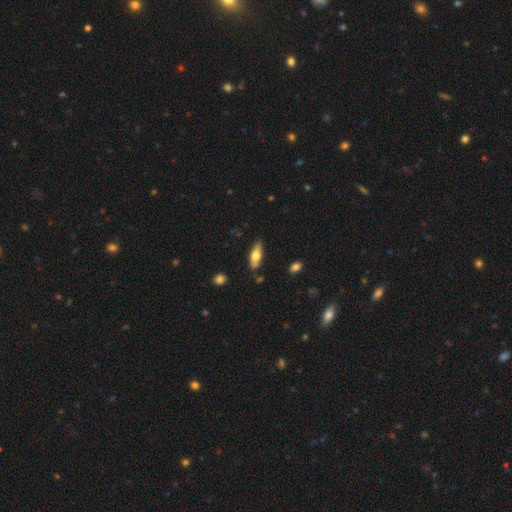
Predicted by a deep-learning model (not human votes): This appears to be a smooth galaxy with no disk features (62%) that is in between round and cigar-shaped (61%). Merging: none (81%).